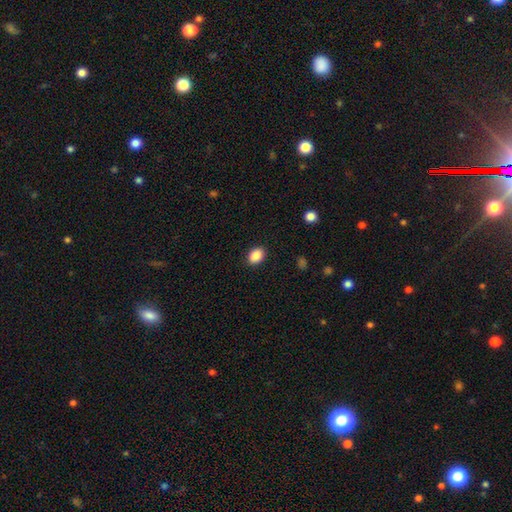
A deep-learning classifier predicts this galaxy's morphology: A smooth galaxy with no disk features (89%) that is in between round and cigar-shaped (72%). Merging: none (89%).